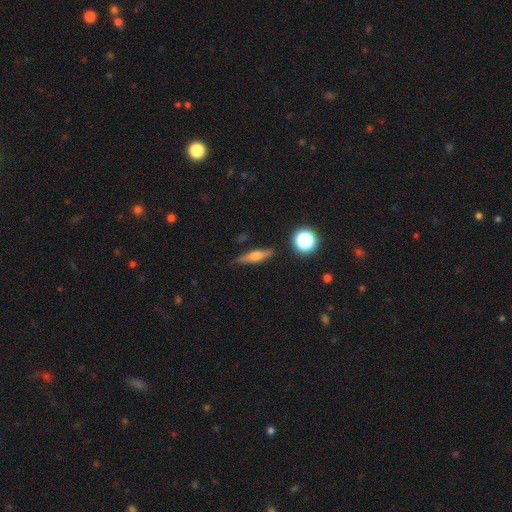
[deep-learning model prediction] smooth-or-featured: featured or disk: 46% | smooth: 44% | star or artifact: 9%
  merging: none: 85% | minor disturbance: 11% | major disturbance: 2% | merger: 2%